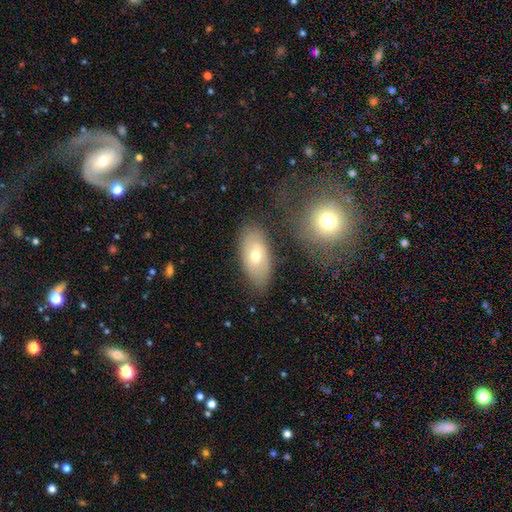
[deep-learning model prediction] Smooth or featured? smooth (57%)
How rounded? in between (91%)
Merging? none (76%)